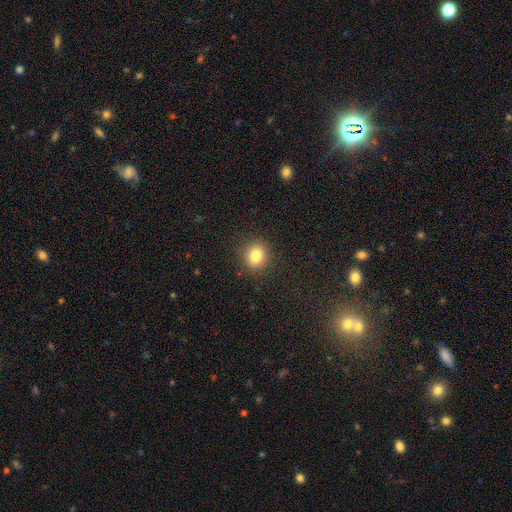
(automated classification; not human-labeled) Q: Smooth or featured?
A: smooth (81%); runner-up: star or artifact (12%)
Q: How rounded?
A: round (80%); runner-up: in between (19%)
Q: Merging?
A: none (89%); runner-up: minor disturbance (7%)